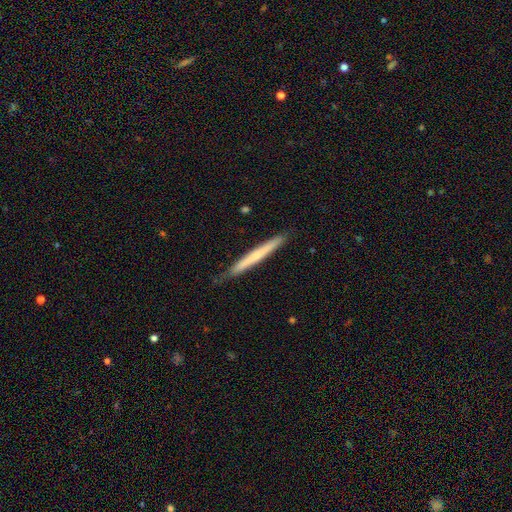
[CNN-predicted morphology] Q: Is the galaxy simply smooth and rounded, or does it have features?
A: smooth — 50%.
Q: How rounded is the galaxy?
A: cigar-shaped — 97%.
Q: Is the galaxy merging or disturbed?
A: none — 83%.